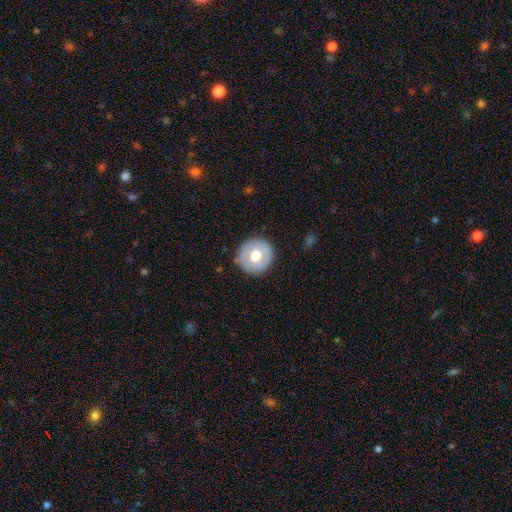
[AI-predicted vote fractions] Smooth or featured: smooth — 58% (featured or disk — 35%)
How rounded: round — 94% (in between — 5%)
Merging: none — 87% (minor disturbance — 9%)